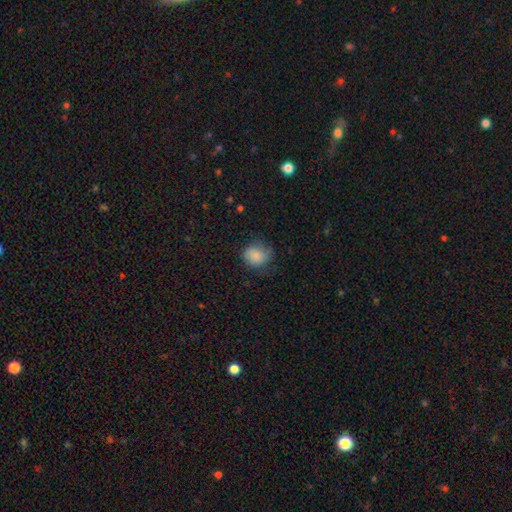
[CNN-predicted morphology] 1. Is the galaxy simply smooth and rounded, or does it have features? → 84% smooth, 9% featured or disk, 8% star or artifact.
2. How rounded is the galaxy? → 69% round, 30% in between, 1% cigar-shaped.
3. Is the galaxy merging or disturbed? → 64% none, 26% minor disturbance, 9% major disturbance, 1% merger.